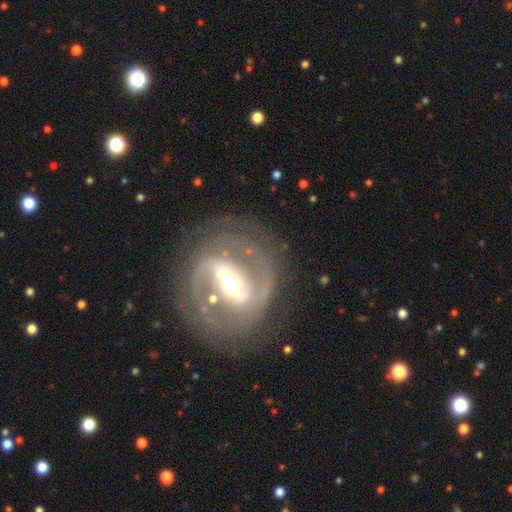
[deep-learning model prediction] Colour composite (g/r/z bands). It shows a featured or disk galaxy (86%) with a strong bar (70%), 2 (76%) tight (49%) spiral arms (91%) and a moderate central bulge (54%). Merging: none (81%).